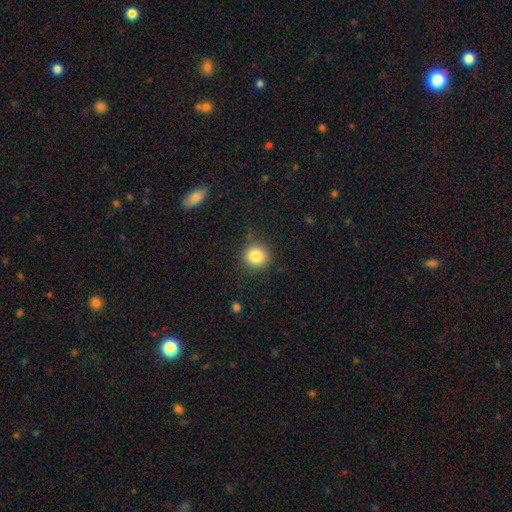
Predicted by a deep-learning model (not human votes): smooth-or-featured: smooth: 83% | star or artifact: 10% | featured or disk: 7%
  how-rounded: round: 92% | in between: 7% | cigar-shaped: 1%
  merging: none: 88% | minor disturbance: 8% | major disturbance: 3% | merger: 1%